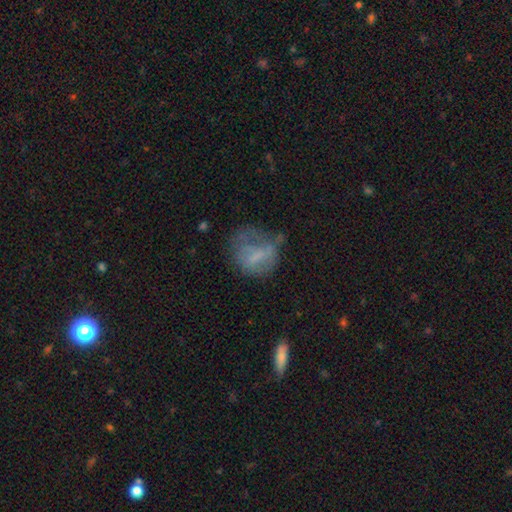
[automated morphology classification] Smooth or featured? smooth (50%)
Merging? none (39%)